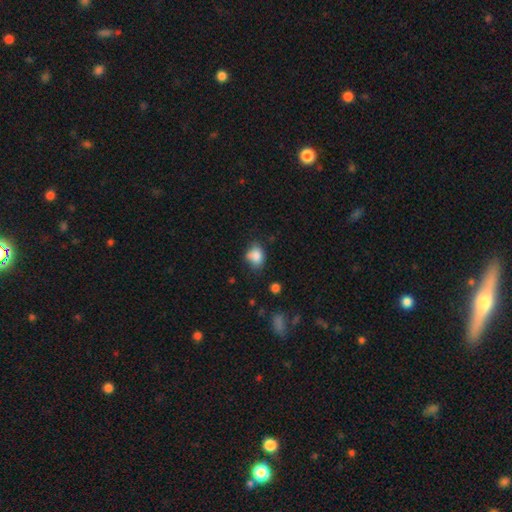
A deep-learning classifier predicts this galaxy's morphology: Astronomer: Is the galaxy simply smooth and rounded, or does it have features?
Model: smooth — 83%.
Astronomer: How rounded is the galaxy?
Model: in between — 56% (runner-up: round, 43%).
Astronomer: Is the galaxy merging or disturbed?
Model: none — 54% (runner-up: minor disturbance, 32%).